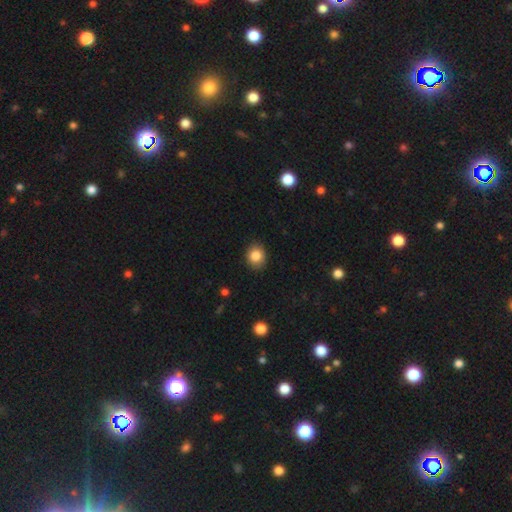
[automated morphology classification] smooth-or-featured: smooth: 85% | star or artifact: 9% | featured or disk: 6%
  how-rounded: round: 66% | in between: 33% | cigar-shaped: 1%
  merging: none: 87% | minor disturbance: 10% | major disturbance: 2% | merger: 1%